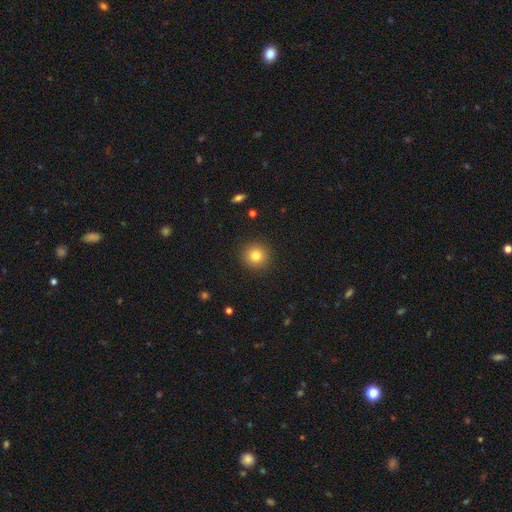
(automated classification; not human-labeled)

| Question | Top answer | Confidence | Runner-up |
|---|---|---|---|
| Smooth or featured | smooth | 82% | star or artifact (11%) |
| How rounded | round | 94% | in between (5%) |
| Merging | none | 92% | minor disturbance (5%) |